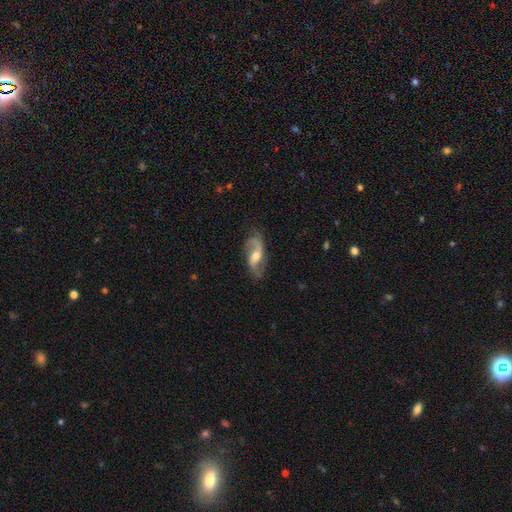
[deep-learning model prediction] Smooth or featured: featured or disk — 84% (smooth — 11%)
Edge-on disk: no — 94% (yes — 6%)
Bar: weak — 44% (no — 39%)
Spiral arms: yes — 95% (no — 5%)
Spiral winding: loose — 63% (medium — 29%)
Spiral arm count: 2 — 91% (can't tell — 3%)
Bulge size: moderate — 65% (small — 25%)
Merging: none — 77% (minor disturbance — 16%)